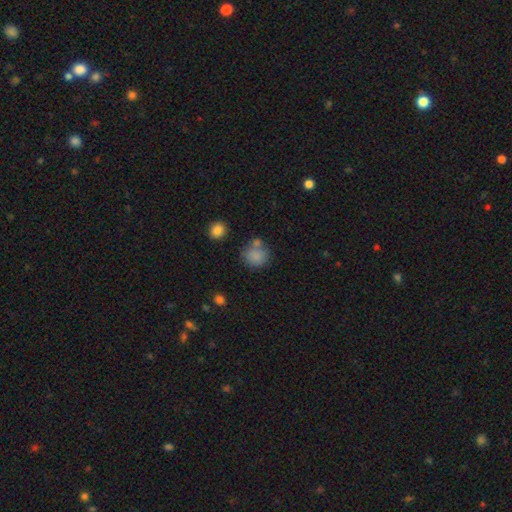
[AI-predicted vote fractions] Q: Smooth or featured?
A: smooth (82%); runner-up: star or artifact (11%)
Q: How rounded?
A: round (83%); runner-up: in between (16%)
Q: Merging?
A: none (63%); runner-up: merger (16%)